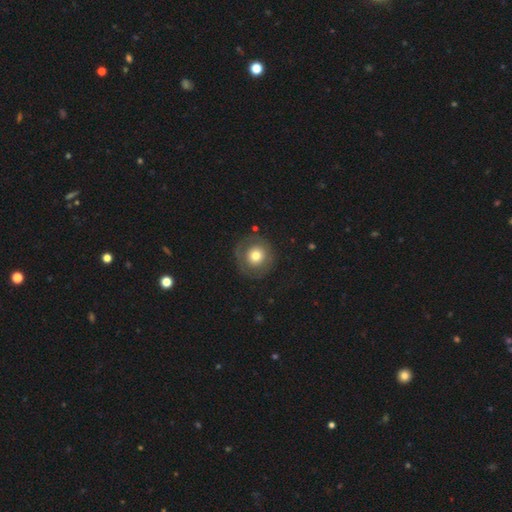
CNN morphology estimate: smooth-or-featured: smooth: 62% | featured or disk: 29% | star or artifact: 9%
  how-rounded: round: 93% | in between: 7% | cigar-shaped: 1%
  merging: none: 78% | minor disturbance: 12% | major disturbance: 8% | merger: 2%